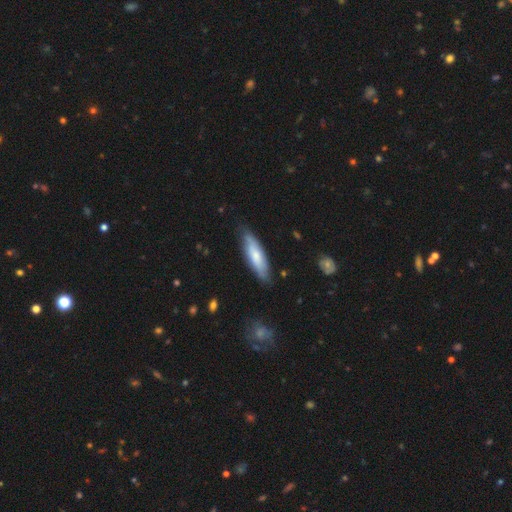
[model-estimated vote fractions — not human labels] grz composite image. It shows a smooth galaxy with no disk features (61%) that is cigar-shaped (59%). Merging: none (76%).